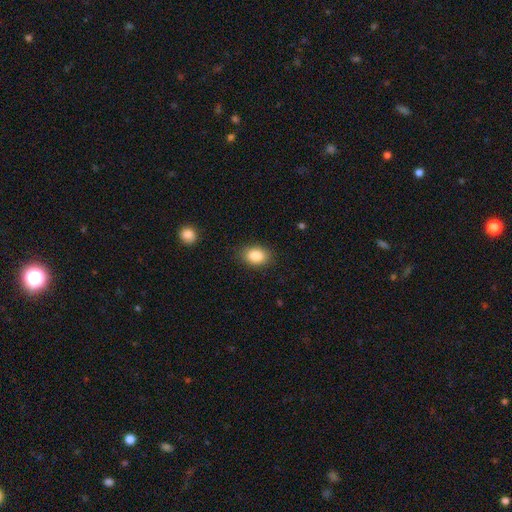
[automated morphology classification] Q: Smooth or featured?
A: smooth (86%); runner-up: star or artifact (8%)
Q: How rounded?
A: in between (79%); runner-up: round (20%)
Q: Merging?
A: none (86%); runner-up: minor disturbance (10%)